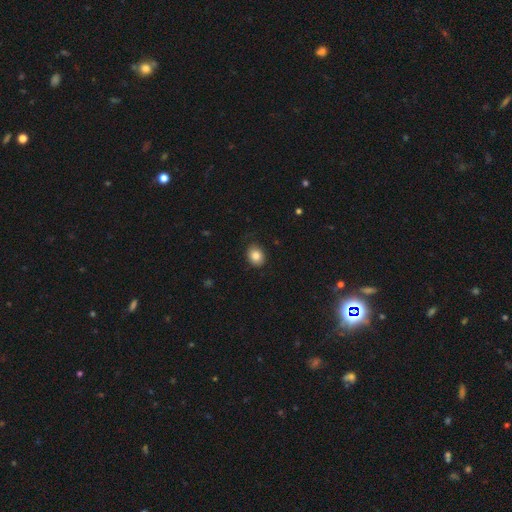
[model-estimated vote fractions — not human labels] The model was most divided on "how rounded": round: 51%, in between: 48%, cigar-shaped: 1%. More confident: smooth or featured — smooth (85%); merging — none (83%).